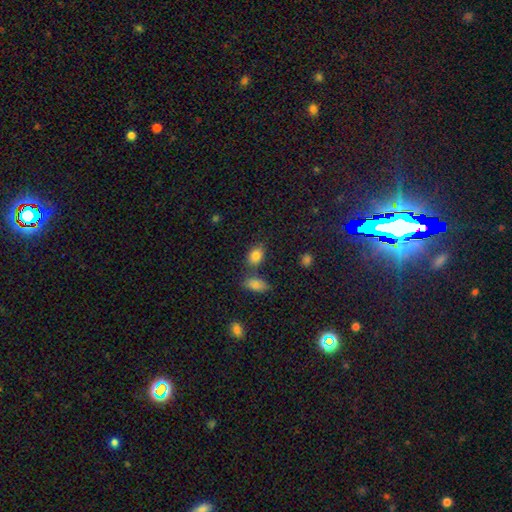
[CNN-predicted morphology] This appears to be a smooth galaxy with no disk features (84%) that is in between round and cigar-shaped (80%). Merging: none (68%).